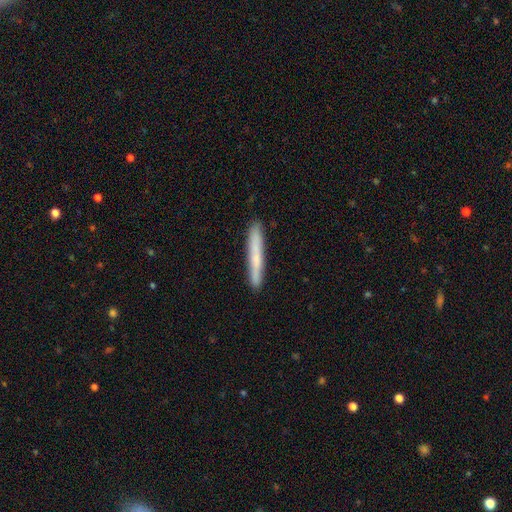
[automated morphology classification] This is likely a smooth galaxy (66%). How rounded: clearly cigar-shaped (96%). Merging: clearly none (90%).